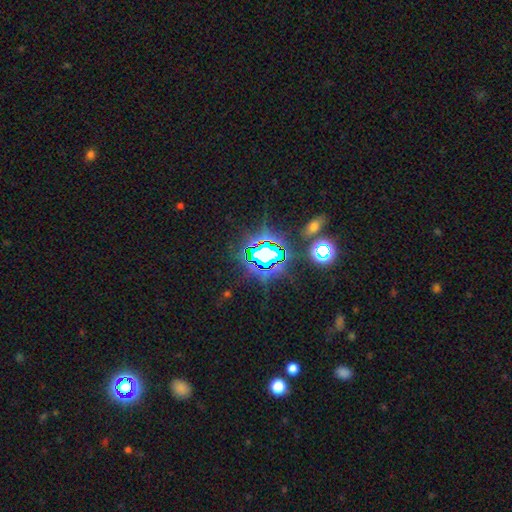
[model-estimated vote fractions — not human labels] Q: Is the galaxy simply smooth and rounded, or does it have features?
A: star or artifact — 80%.